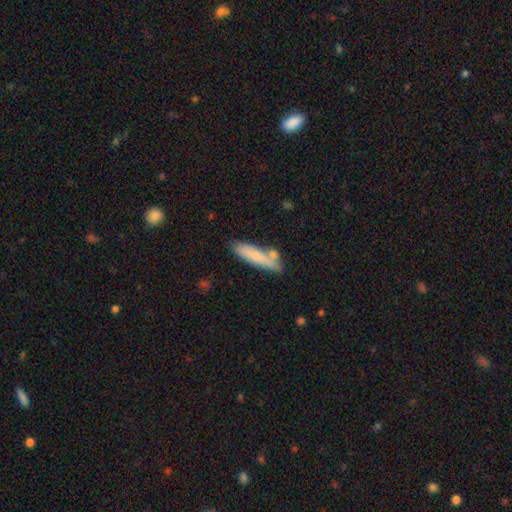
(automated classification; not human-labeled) Morphology: type=smooth (77%); roundness=cigar-shaped (78%); merging=none (69%).